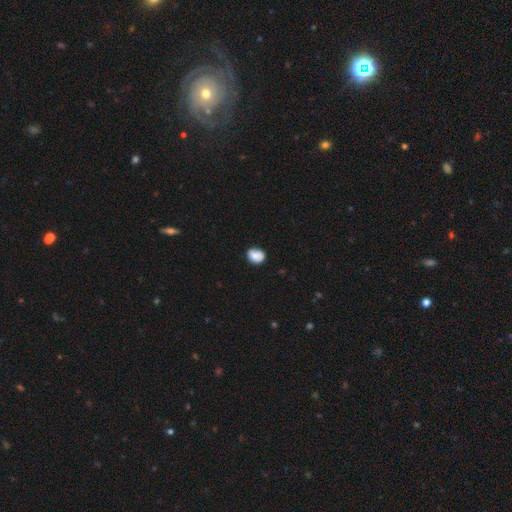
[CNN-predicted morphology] A smooth galaxy with no disk features (76%) that is round (57%). Merging: none (69%).